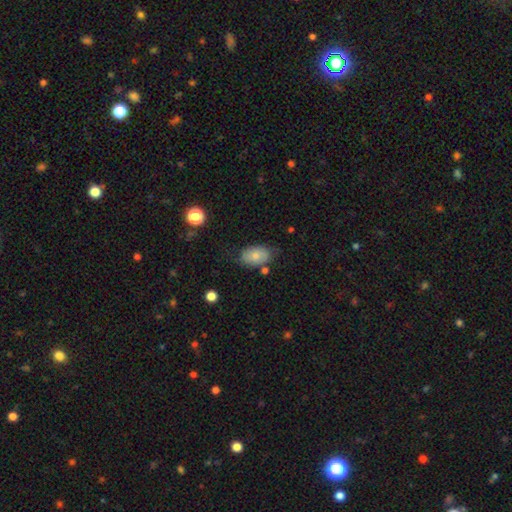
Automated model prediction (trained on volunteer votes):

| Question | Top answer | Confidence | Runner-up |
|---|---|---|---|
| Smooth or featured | smooth | 69% | featured or disk (23%) |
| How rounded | in between | 88% | round (10%) |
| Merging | none | 68% | minor disturbance (22%) |